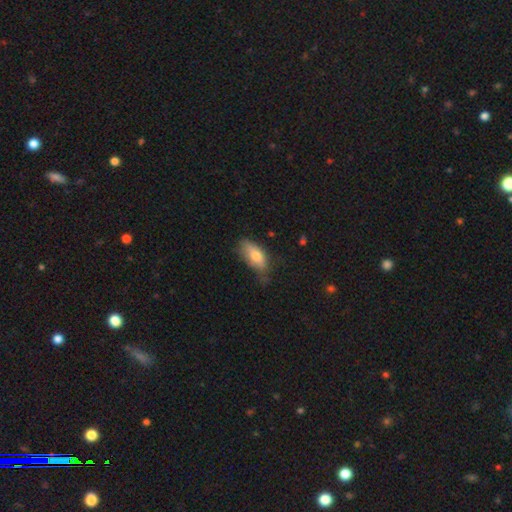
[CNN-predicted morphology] Smooth or featured: smooth — 70% (featured or disk — 22%)
How rounded: in between — 82% (cigar-shaped — 15%)
Merging: none — 52% (minor disturbance — 35%)